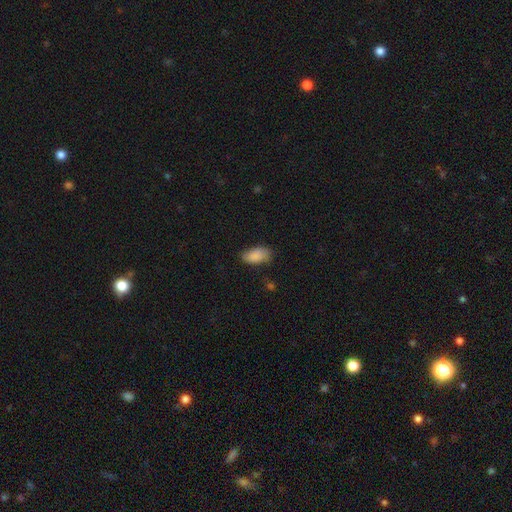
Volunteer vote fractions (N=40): A smooth galaxy with no disk features (95%) that is in between round and cigar-shaped (95%). Merging: none (62%).